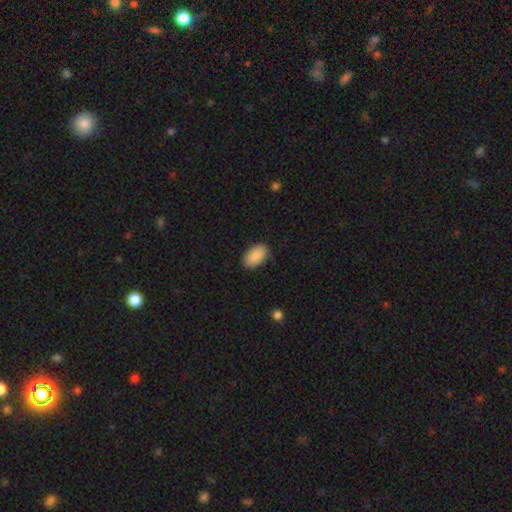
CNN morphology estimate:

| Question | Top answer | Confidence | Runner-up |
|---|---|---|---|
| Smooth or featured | smooth | 90% | star or artifact (6%) |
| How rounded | in between | 94% | round (4%) |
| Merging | none | 87% | minor disturbance (10%) |